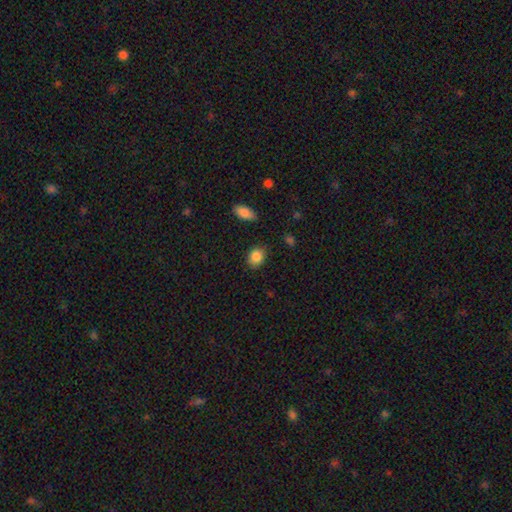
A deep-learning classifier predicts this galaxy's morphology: Smooth or featured? smooth (86%)
How rounded? round (52%)
Merging? none (83%)